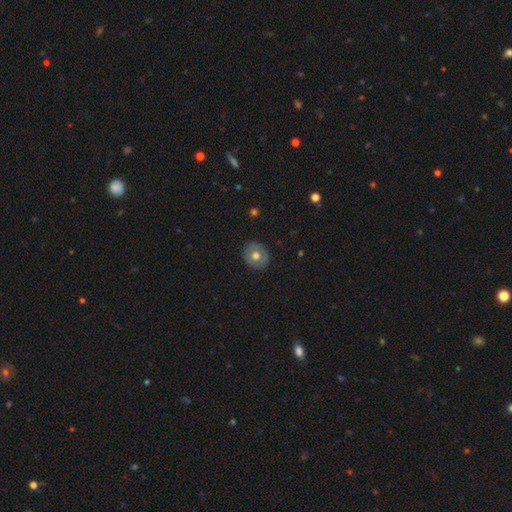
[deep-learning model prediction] Smooth or featured? Predicted: smooth (p=0.64). How rounded? Predicted: round (p=0.79). Merging? Predicted: none (p=0.89).